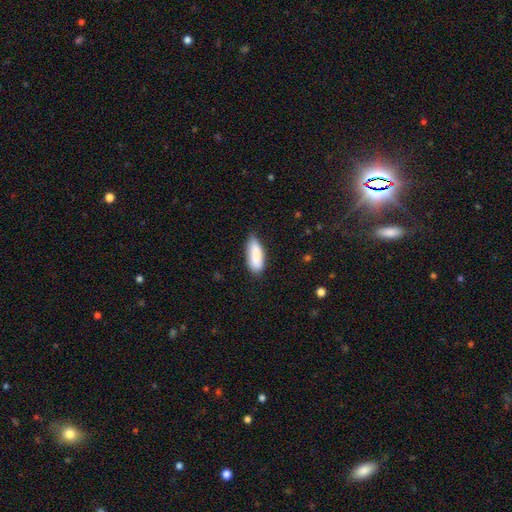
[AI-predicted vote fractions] Morphology: type=smooth (88%); roundness=in between (76%); merging=none (68%).